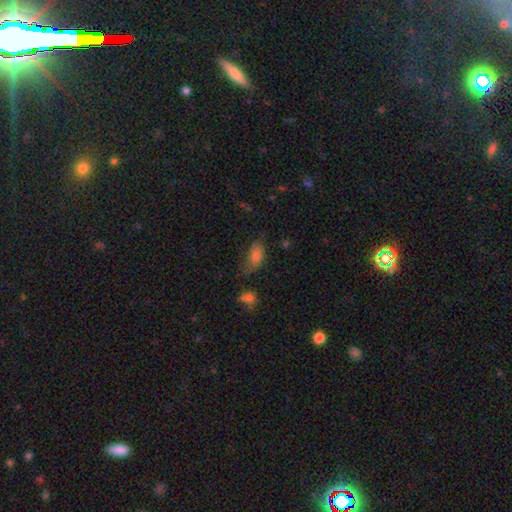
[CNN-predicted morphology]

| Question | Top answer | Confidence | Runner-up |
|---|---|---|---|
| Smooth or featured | smooth | 71% | featured or disk (16%) |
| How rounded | in between | 85% | cigar-shaped (9%) |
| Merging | none | 47% | minor disturbance (29%) |